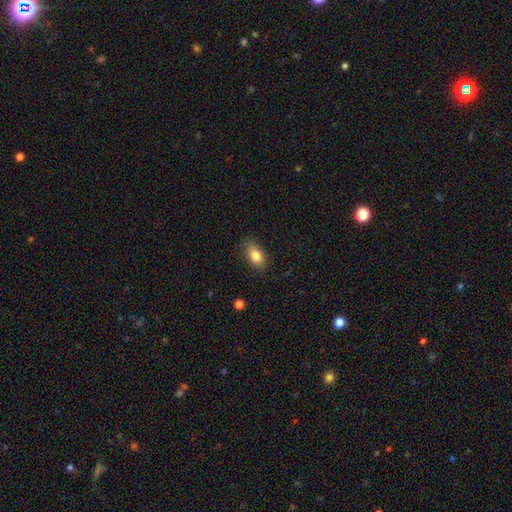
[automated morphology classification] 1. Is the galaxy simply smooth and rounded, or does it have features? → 83% smooth, 9% star or artifact, 8% featured or disk.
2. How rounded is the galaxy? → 85% in between, 11% round, 3% cigar-shaped.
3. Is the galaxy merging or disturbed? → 80% none, 15% minor disturbance, 3% major disturbance, 1% merger.